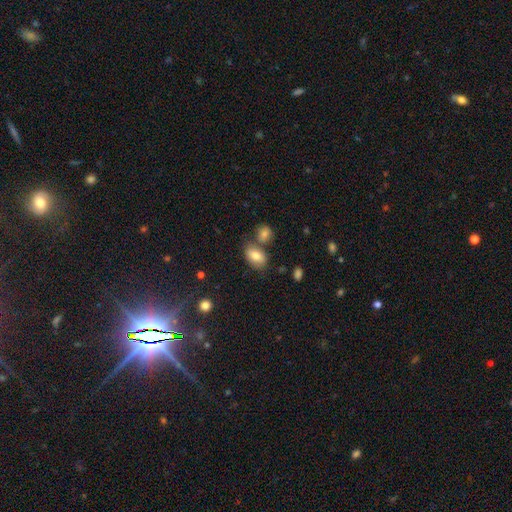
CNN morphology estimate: The model was most divided on "merging": none: 61%, merger: 21%, minor disturbance: 14%, major disturbance: 4%. More confident: how rounded — in between (88%); smooth or featured — smooth (80%).